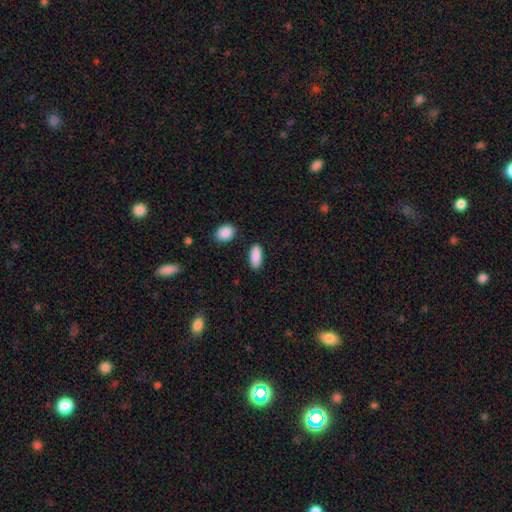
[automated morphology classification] A smooth galaxy with no disk features (89%) that is in between round and cigar-shaped (82%). Merging: none (86%).